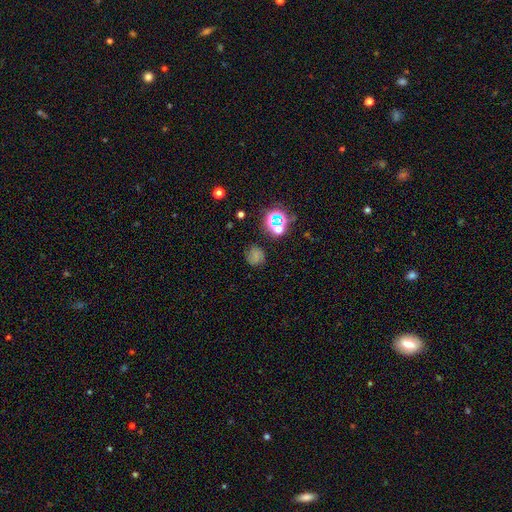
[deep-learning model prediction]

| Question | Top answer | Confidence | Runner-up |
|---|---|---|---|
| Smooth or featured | smooth | 59% | star or artifact (29%) |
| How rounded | round | 80% | in between (19%) |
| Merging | none | 73% | minor disturbance (16%) |